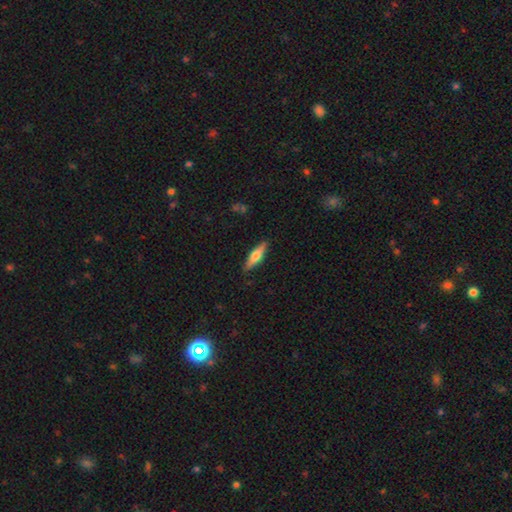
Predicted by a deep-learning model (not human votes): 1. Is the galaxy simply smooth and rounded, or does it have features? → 47% featured or disk (tied), 47% smooth (tied), 6% star or artifact.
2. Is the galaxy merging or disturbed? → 88% none, 9% minor disturbance, 2% major disturbance, 1% merger.